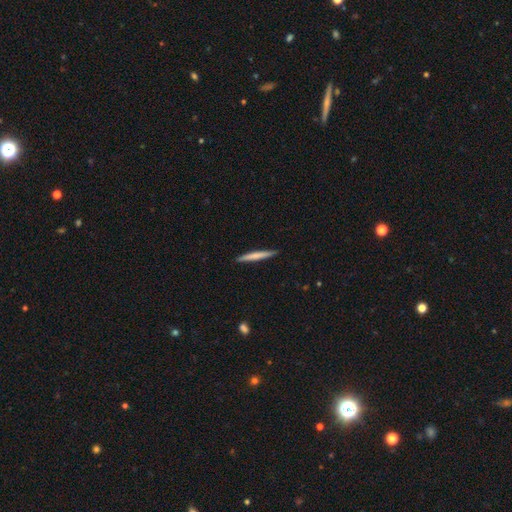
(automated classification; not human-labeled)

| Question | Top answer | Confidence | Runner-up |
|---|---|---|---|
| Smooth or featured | smooth | 64% | featured or disk (31%) |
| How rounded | cigar-shaped | 96% | in between (3%) |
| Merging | none | 91% | minor disturbance (7%) |